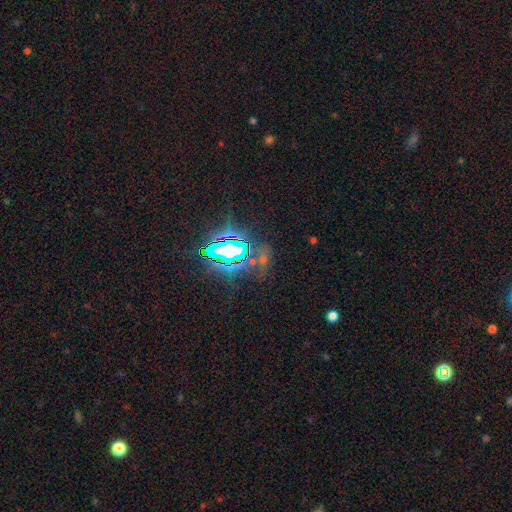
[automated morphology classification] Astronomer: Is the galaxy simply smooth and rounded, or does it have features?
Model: star or artifact — 81%.